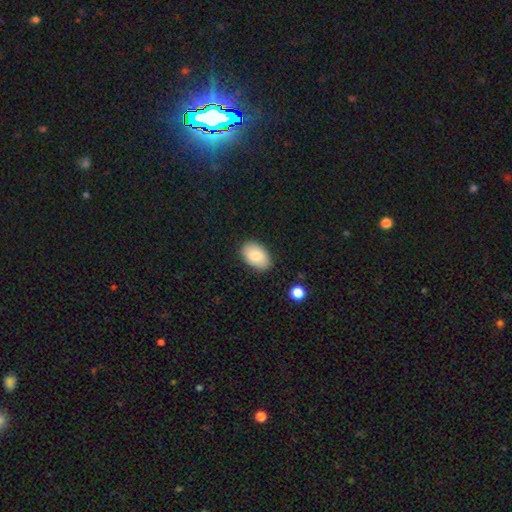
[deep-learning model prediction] Smooth or featured? Predicted: smooth (p=0.82). How rounded? Predicted: in between (p=0.91). Merging? Predicted: none (p=0.86).